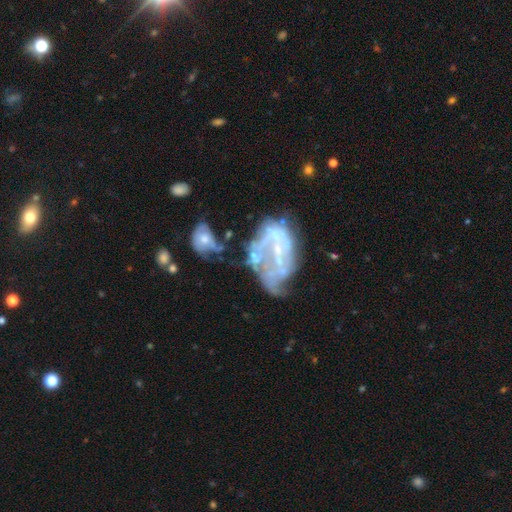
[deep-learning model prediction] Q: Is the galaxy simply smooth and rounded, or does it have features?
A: featured or disk — 67%.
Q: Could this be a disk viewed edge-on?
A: no — 97%.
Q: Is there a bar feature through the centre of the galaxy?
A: no — 67%.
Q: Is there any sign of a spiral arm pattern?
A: no — 72%.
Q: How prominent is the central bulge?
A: none — 54%.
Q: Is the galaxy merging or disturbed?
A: major disturbance — 35%.